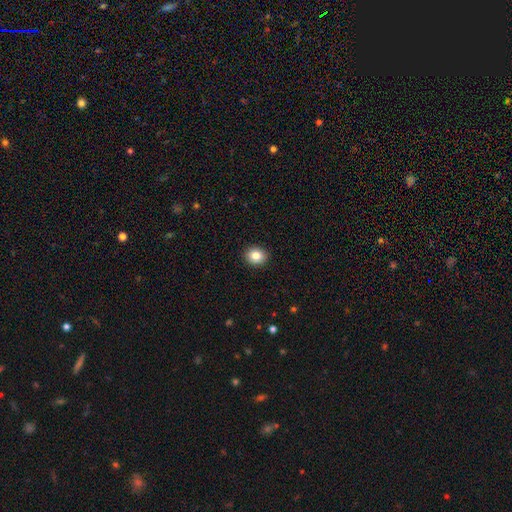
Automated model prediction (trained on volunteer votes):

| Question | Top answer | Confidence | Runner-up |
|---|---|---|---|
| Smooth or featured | smooth | 84% | star or artifact (10%) |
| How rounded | round | 70% | in between (29%) |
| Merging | none | 92% | minor disturbance (6%) |